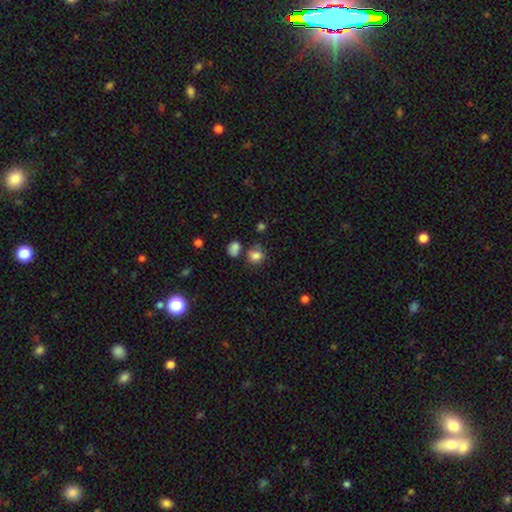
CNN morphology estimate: The model was most divided on "how rounded": round: 64%, in between: 35%, cigar-shaped: 1%. More confident: smooth or featured — smooth (79%); merging — none (58%).